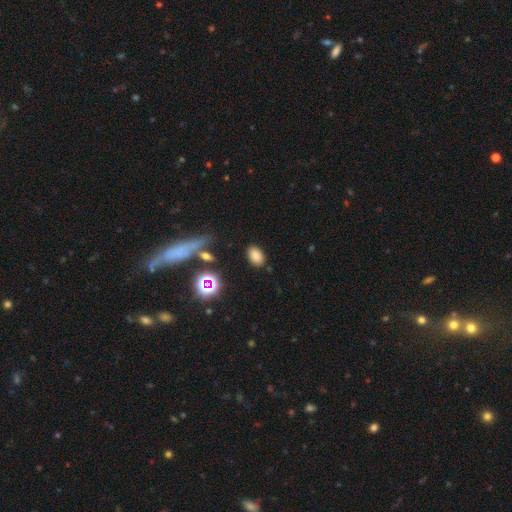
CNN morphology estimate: smooth 78%, star or artifact 14%, featured or disk 7%. Down the decision tree: how rounded — in between (86%); merging — none (85%).